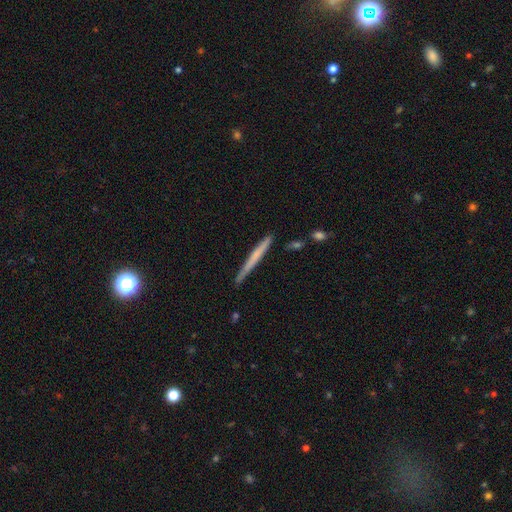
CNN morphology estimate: type=smooth (52%); roundness=cigar-shaped (97%); merging=none (86%).